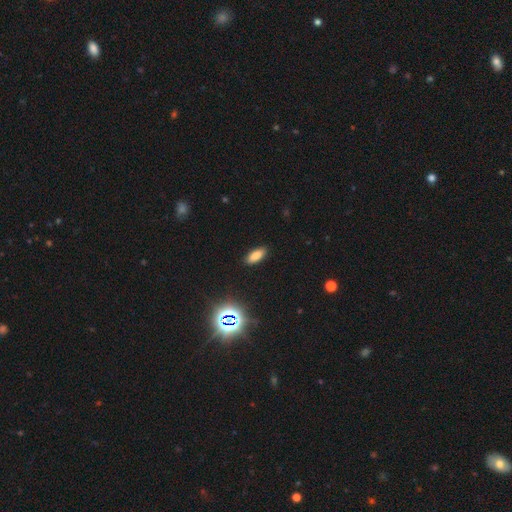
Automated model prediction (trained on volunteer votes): Q: Smooth or featured?
A: smooth (80%); runner-up: star or artifact (14%)
Q: How rounded?
A: in between (80%); runner-up: cigar-shaped (18%)
Q: Merging?
A: none (88%); runner-up: minor disturbance (8%)